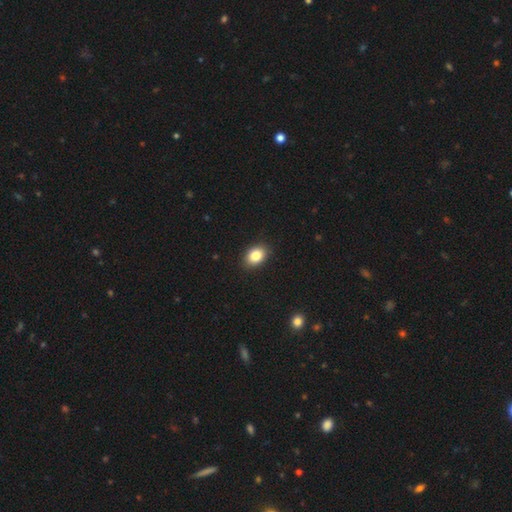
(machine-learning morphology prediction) A smooth galaxy with no disk features (84%) that is in between round and cigar-shaped (78%). Merging: none (89%).